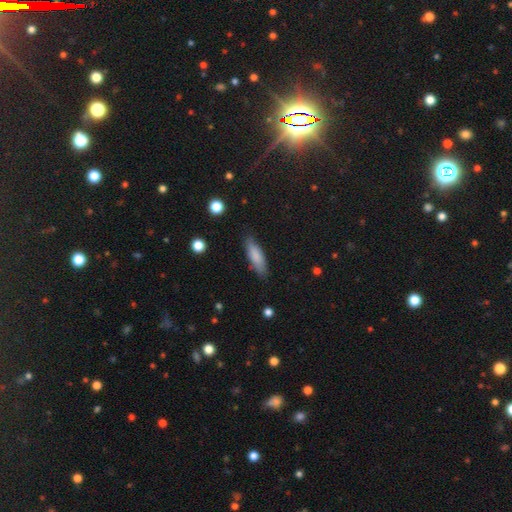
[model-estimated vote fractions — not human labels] Smooth or featured? smooth (81%)
How rounded? cigar-shaped (54%)
Merging? none (81%)